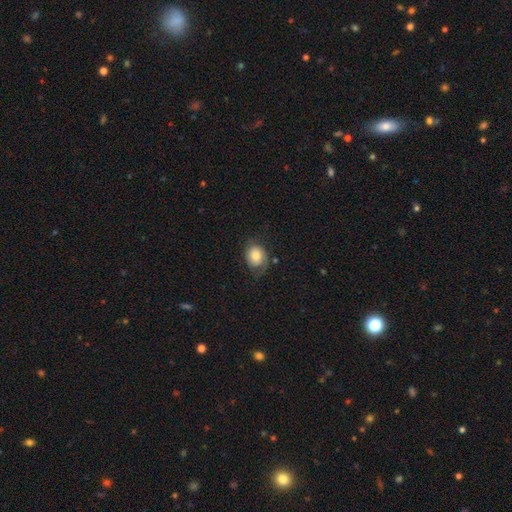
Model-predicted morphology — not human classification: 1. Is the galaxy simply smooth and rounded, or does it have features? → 59% smooth, 33% featured or disk, 8% star or artifact.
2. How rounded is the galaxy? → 52% round, 47% in between, 1% cigar-shaped.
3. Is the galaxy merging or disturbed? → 57% none, 26% minor disturbance, 15% major disturbance, 2% merger.